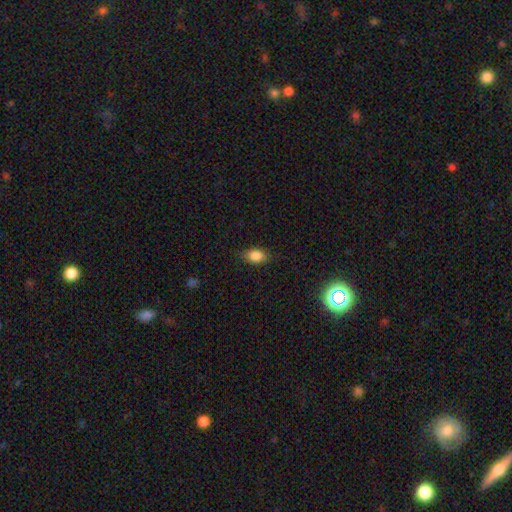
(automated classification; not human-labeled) This appears to be a smooth galaxy with no disk features (84%) that is in between round and cigar-shaped (84%). Merging: none (80%).